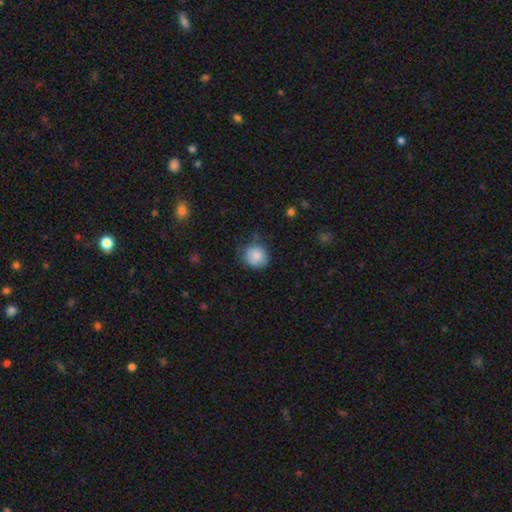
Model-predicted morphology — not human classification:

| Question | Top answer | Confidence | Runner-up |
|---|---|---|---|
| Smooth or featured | smooth | 83% | star or artifact (8%) |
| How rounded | round | 82% | in between (17%) |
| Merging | none | 61% | minor disturbance (30%) |